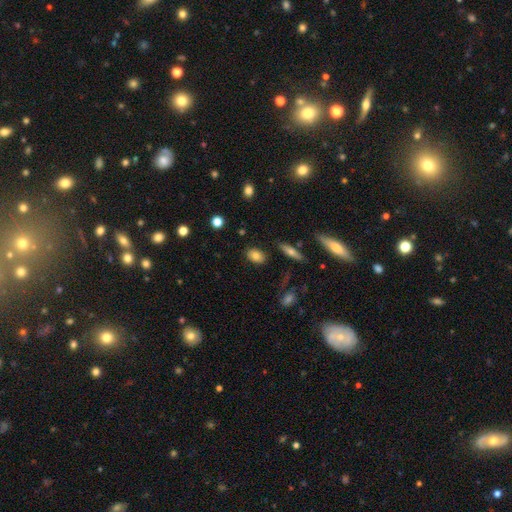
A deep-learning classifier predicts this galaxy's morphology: Smooth or featured? smooth (78%)
How rounded? in between (81%)
Merging? none (84%)